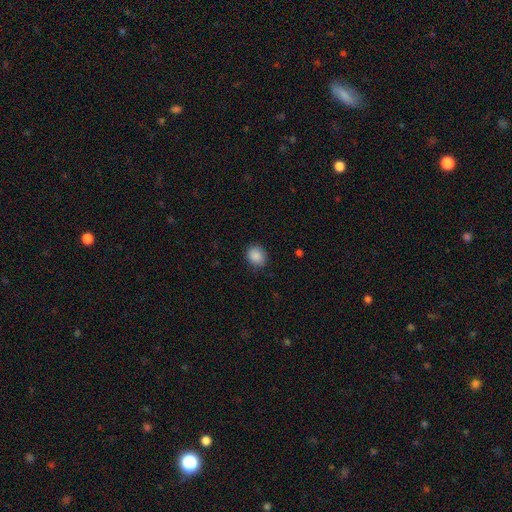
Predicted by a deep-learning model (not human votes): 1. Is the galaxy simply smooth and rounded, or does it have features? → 89% smooth, 8% star or artifact, 3% featured or disk.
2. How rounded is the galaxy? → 65% round, 35% in between, 1% cigar-shaped.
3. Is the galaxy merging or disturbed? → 85% none, 12% minor disturbance, 3% major disturbance, 1% merger.